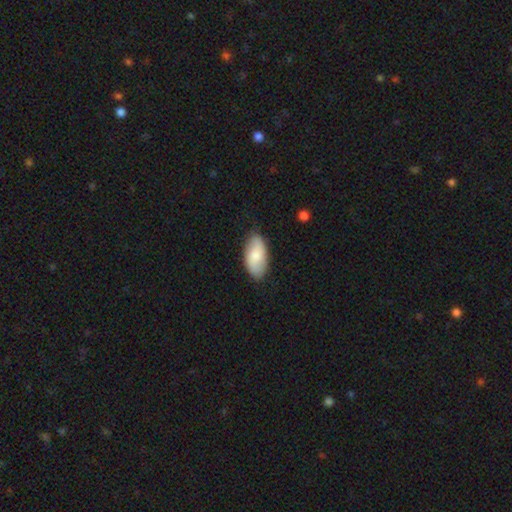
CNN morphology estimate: smooth_or_featured: smooth (p=0.75) [alt: featured or disk p=0.19]
how_rounded: in between (p=0.94) [alt: cigar-shaped p=0.03]
merging: none (p=0.83) [alt: minor disturbance p=0.14]